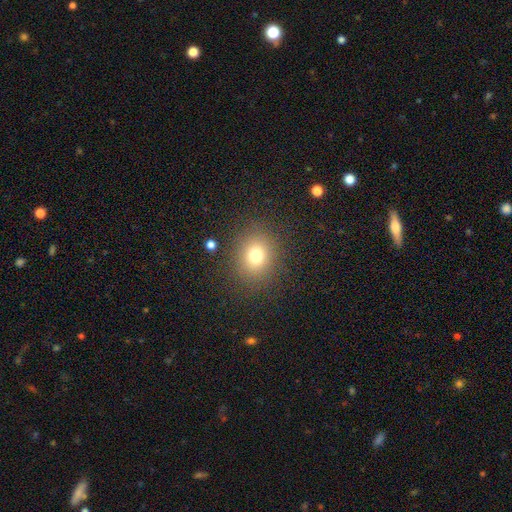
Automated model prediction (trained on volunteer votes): This appears to be a smooth galaxy with no disk features (75%) that is round (70%). Merging: none (85%).